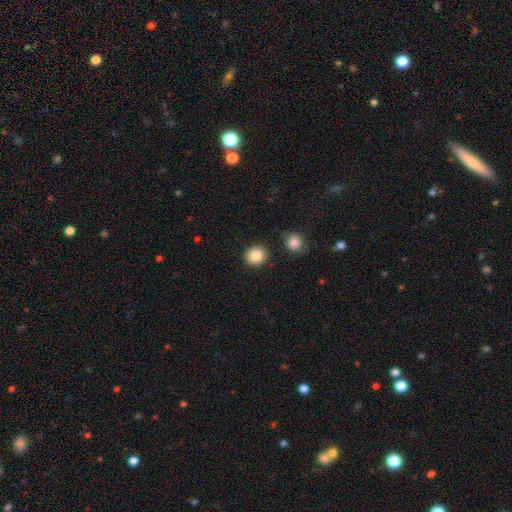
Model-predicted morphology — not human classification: Smooth or featured: smooth — 86% (star or artifact — 9%)
How rounded: round — 88% (in between — 11%)
Merging: none — 88% (minor disturbance — 7%)